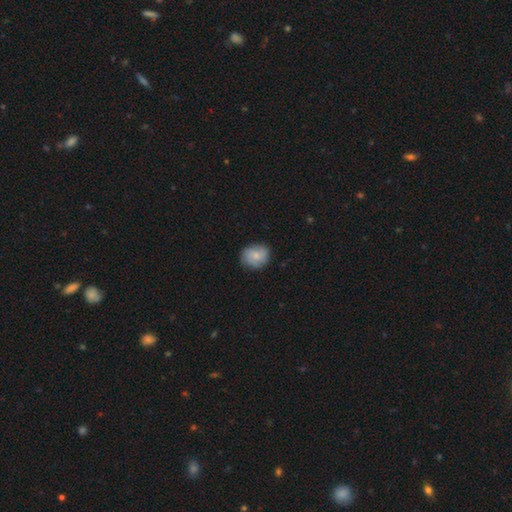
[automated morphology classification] Q: Smooth or featured?
A: smooth (69%); runner-up: featured or disk (24%)
Q: How rounded?
A: round (64%); runner-up: in between (35%)
Q: Merging?
A: none (78%); runner-up: minor disturbance (17%)